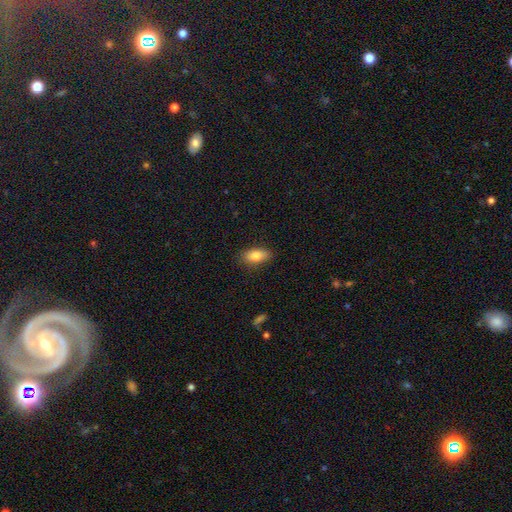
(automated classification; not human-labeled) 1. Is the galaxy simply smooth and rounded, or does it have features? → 82% smooth, 11% featured or disk, 7% star or artifact.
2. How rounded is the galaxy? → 87% in between, 9% cigar-shaped, 4% round.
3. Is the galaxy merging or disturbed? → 84% none, 13% minor disturbance, 2% major disturbance, 1% merger.